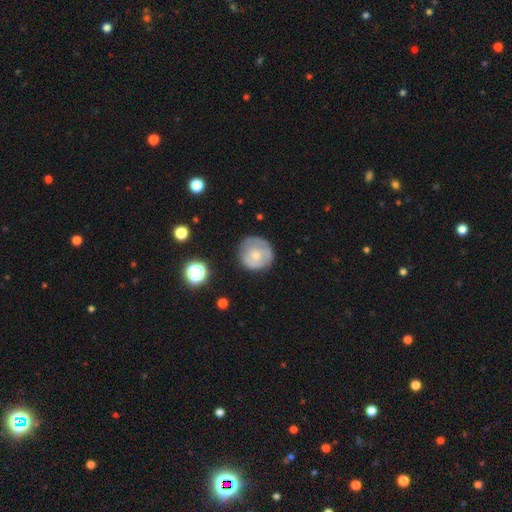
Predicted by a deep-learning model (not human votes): This appears to be a smooth galaxy with no disk features (57%) that is round (92%). Merging: none (71%).